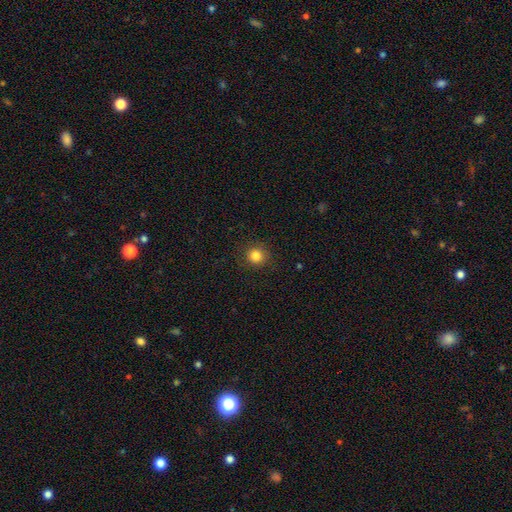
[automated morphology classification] smooth 83%, star or artifact 12%, featured or disk 5%. Down the decision tree: how rounded — round (93%); merging — none (89%).